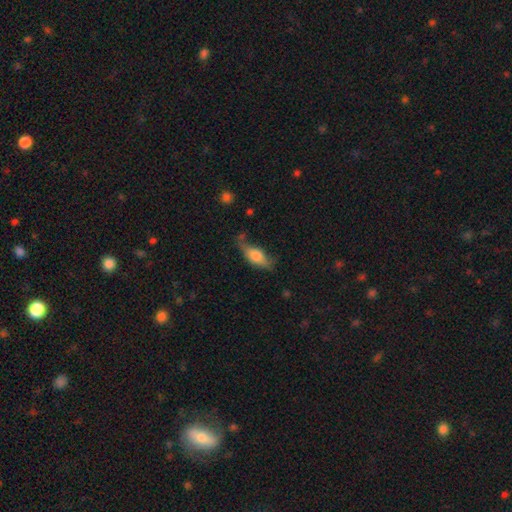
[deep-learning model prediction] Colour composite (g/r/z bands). It shows a smooth galaxy with no disk features (65%) that is in between round and cigar-shaped (76%). Merging: none (48%).